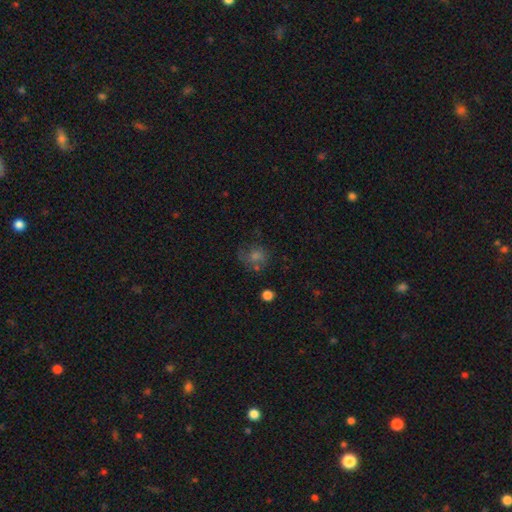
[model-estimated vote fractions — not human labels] Smooth or featured? smooth (46%)
Merging? none (54%)